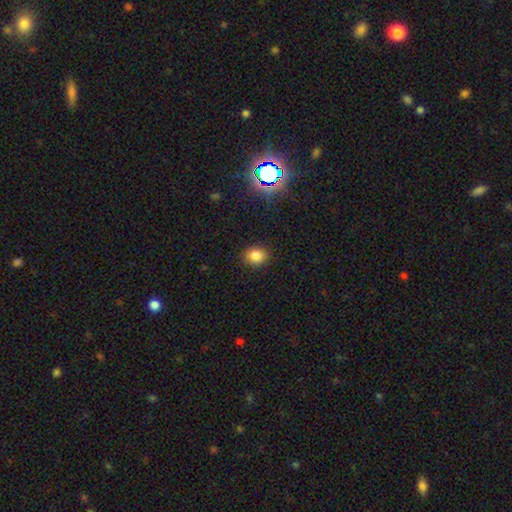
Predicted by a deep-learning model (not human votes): A smooth galaxy with no disk features (81%) that is round (61%).

Vote fractions:
- Smooth or featured? smooth: 81% / star or artifact: 13% / featured or disk: 5%
- How rounded? round: 61% / in between: 38% / cigar-shaped: 1%
- Merging? none: 86% / minor disturbance: 10% / major disturbance: 3% / merger: 1%